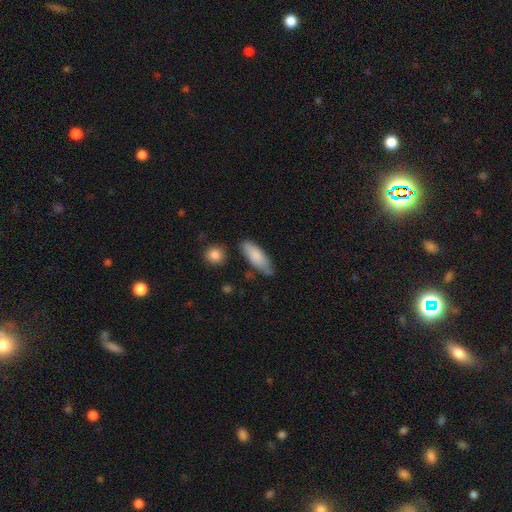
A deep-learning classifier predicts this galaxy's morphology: smooth 82%, featured or disk 12%, star or artifact 6%. Down the decision tree: how rounded — in between (71%); merging — none (67%).